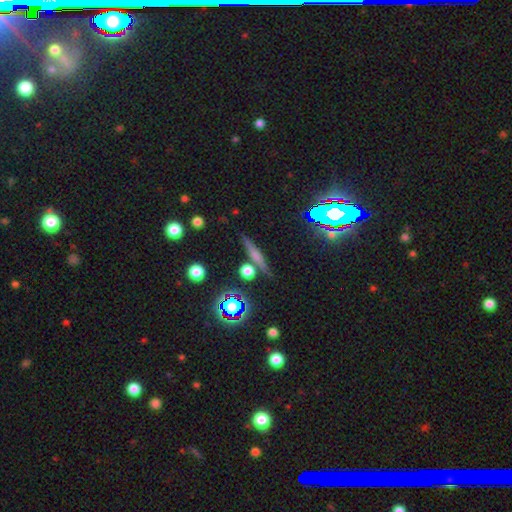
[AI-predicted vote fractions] A featured or disk galaxy (44%). Merging: none (82%).